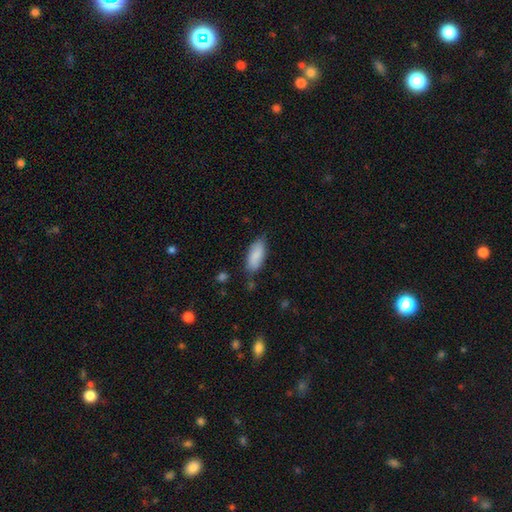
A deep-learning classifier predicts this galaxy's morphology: A smooth galaxy with no disk features (87%) that is in between round and cigar-shaped (87%). Merging: none (72%).